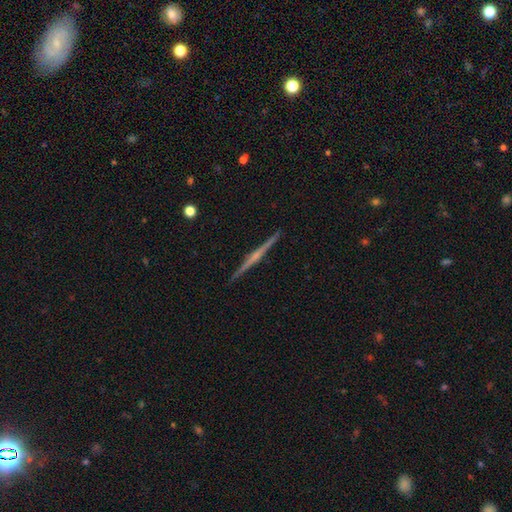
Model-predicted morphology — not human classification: featured or disk 77%, smooth 17%, star or artifact 6%. Down the decision tree: edge-on disk — yes (99%); edge-on bulge — rounded (51%); merging — none (93%).